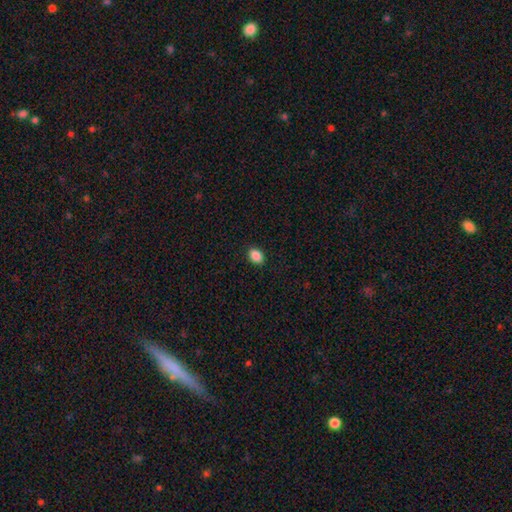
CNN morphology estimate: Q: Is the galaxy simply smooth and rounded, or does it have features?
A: smooth — 88%.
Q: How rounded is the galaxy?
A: in between — 71%.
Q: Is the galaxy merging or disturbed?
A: none — 89%.